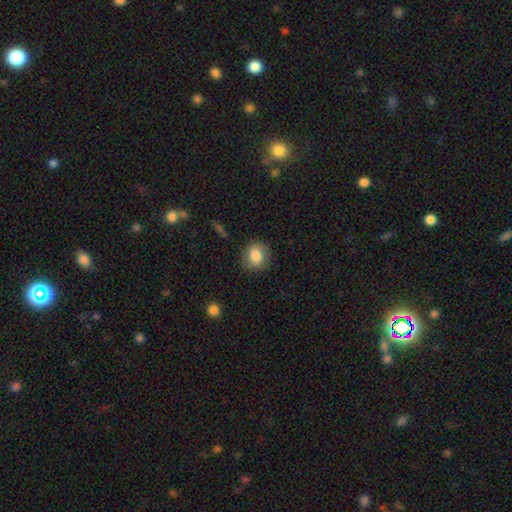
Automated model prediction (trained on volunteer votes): Smooth or featured? Predicted: smooth (p=0.75). How rounded? Predicted: round (p=0.79). Merging? Predicted: none (p=0.81).